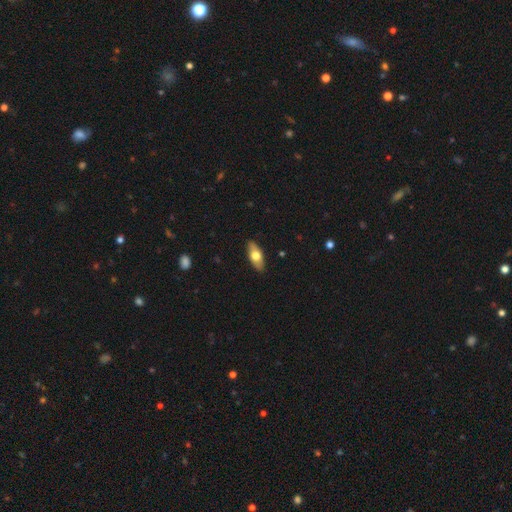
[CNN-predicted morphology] This is likely a smooth galaxy (63%). How rounded: clearly in between (81%). Merging: clearly none (88%).